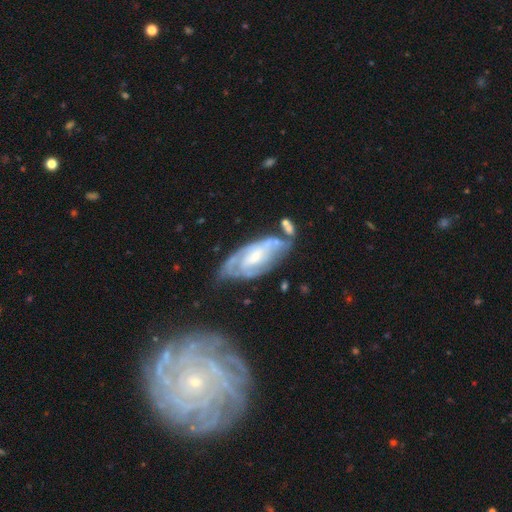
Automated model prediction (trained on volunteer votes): Q: Smooth or featured?
A: featured or disk (79%); runner-up: smooth (16%)
Q: Edge-on disk?
A: no (91%); runner-up: yes (9%)
Q: Bar?
A: no (47%); runner-up: weak (41%)
Q: Spiral arms?
A: yes (90%); runner-up: no (10%)
Q: Spiral winding?
A: tight (55%); runner-up: medium (35%)
Q: Spiral arm count?
A: can't tell (39%); runner-up: 2 (32%)
Q: Bulge size?
A: small (52%); runner-up: moderate (37%)
Q: Merging?
A: none (53%); runner-up: minor disturbance (23%)